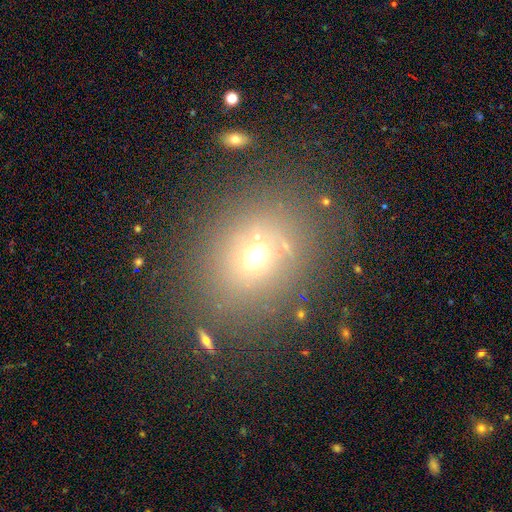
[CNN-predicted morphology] A smooth galaxy with no disk features (61%) that is round (64%).

Vote fractions:
- Smooth or featured? smooth: 61% / star or artifact: 26% / featured or disk: 14%
- How rounded? round: 64% / in between: 34% / cigar-shaped: 1%
- Merging? none: 75% / minor disturbance: 11% / merger: 8% / major disturbance: 7%